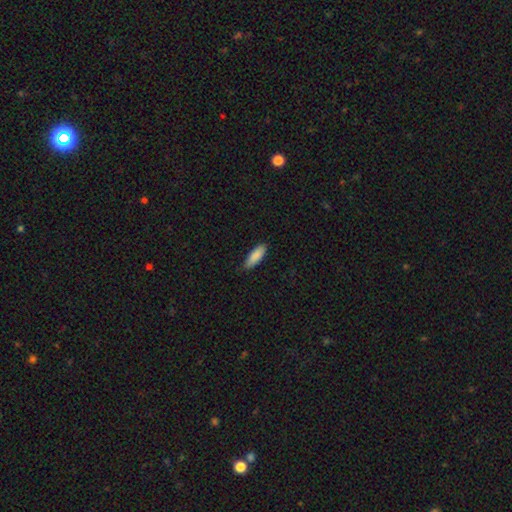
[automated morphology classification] smooth 88%, featured or disk 6%, star or artifact 6%. Down the decision tree: how rounded — in between (56%); merging — none (80%).